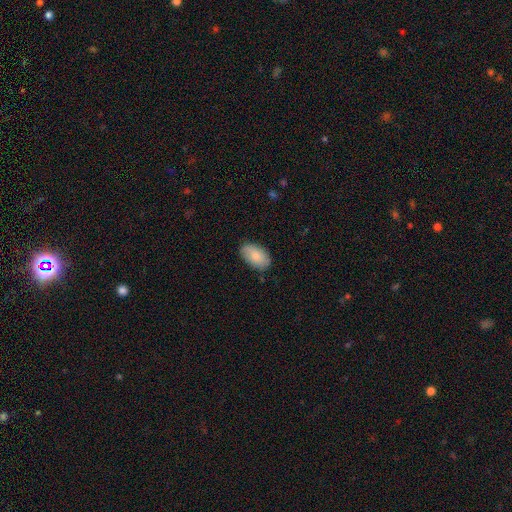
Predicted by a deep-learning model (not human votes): Overall: smooth (83%). How rounded: in between (94%). Merging: none (83%).